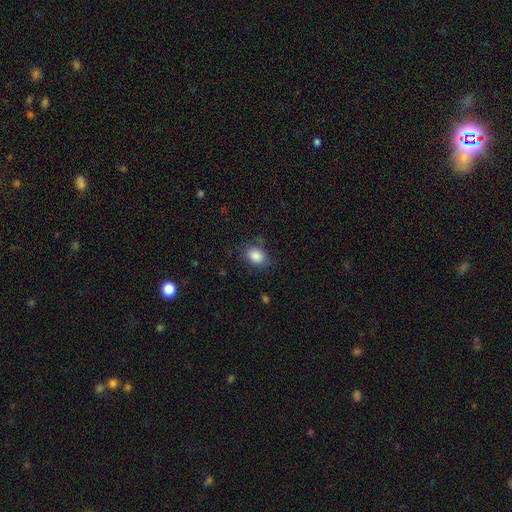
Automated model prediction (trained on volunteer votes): Smooth or featured? Predicted: smooth (p=0.86). How rounded? Predicted: in between (p=0.72). Merging? Predicted: none (p=0.77).